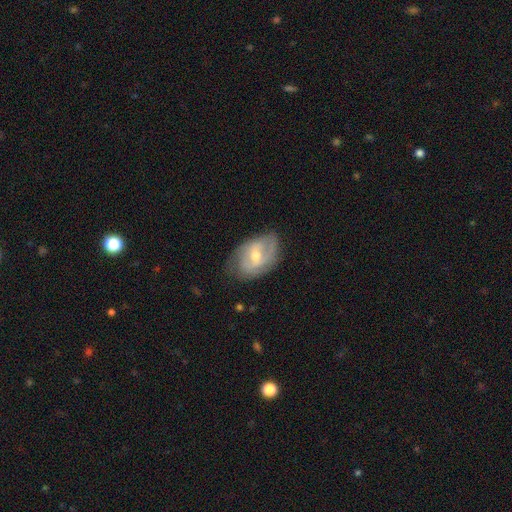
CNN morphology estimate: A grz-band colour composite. It shows a featured or disk galaxy (65%) with a weak bar (46%), spiral arms (73%) and a moderate central bulge (56%). Merging: none (63%).